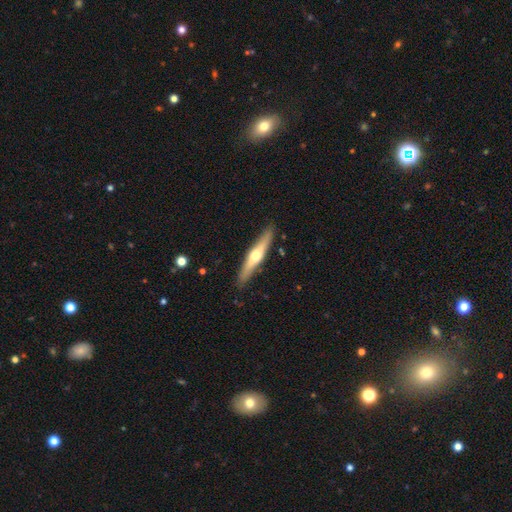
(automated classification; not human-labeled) Overall: featured or disk (56%; smooth 38%). Edge-on disk: yes (94%). Edge-on bulge: rounded (90%). Merging: none (88%).